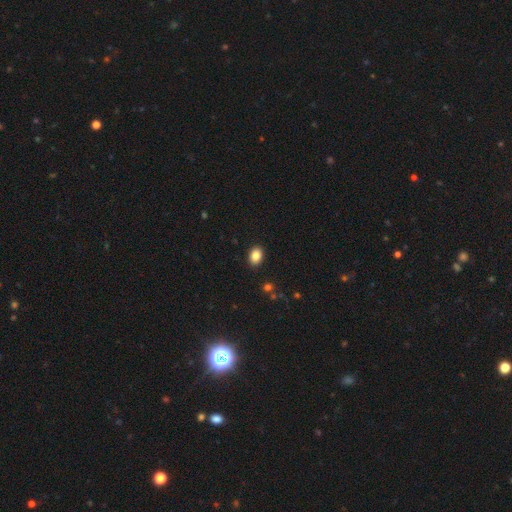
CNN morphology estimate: Smooth or featured?
  - smooth: 86% *
  - star or artifact: 9%
  - featured or disk: 5%
How rounded?
  - in between: 73% *
  - round: 26%
  - cigar-shaped: 1%
Merging?
  - none: 90% *
  - minor disturbance: 7%
  - major disturbance: 2%
  - merger: 1%